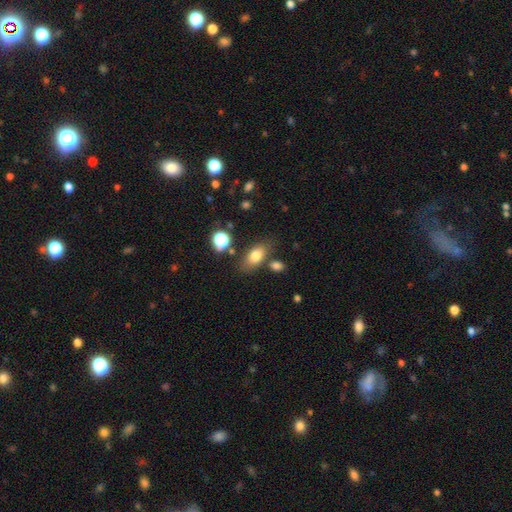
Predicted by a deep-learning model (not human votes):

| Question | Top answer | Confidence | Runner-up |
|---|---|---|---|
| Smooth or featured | smooth | 77% | featured or disk (13%) |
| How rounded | in between | 85% | round (9%) |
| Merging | none | 72% | minor disturbance (14%) |